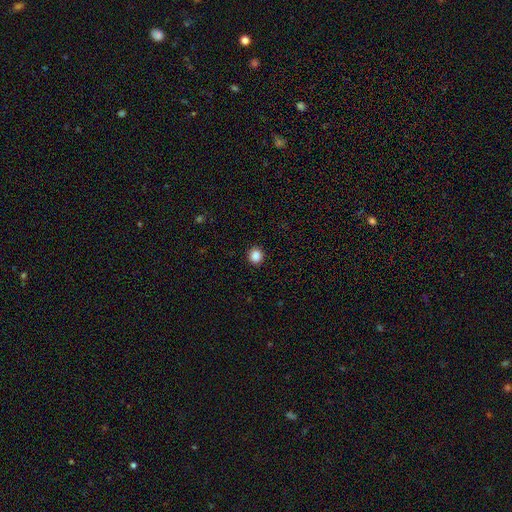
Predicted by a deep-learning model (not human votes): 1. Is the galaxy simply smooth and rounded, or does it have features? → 87% smooth, 10% star or artifact, 3% featured or disk.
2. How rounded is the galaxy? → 88% round, 11% in between, 1% cigar-shaped.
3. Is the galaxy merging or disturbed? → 92% none, 5% minor disturbance, 2% major disturbance, 1% merger.